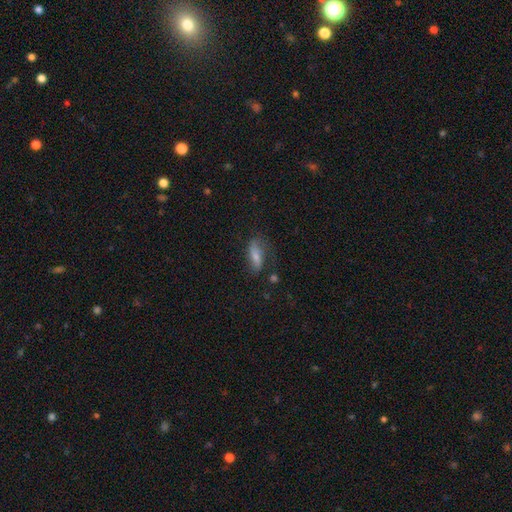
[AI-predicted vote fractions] This is possibly a smooth galaxy (50%). Merging: likely none (61%).